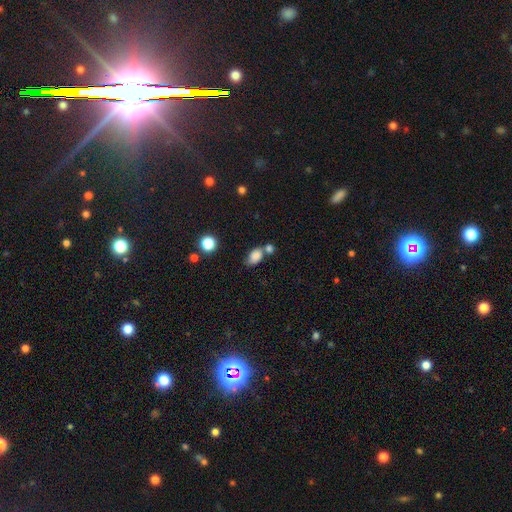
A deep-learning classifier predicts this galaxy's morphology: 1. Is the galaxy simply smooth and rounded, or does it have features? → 82% smooth, 10% star or artifact, 7% featured or disk.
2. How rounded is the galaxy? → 83% in between, 15% round, 2% cigar-shaped.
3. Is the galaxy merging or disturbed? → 44% none, 33% merger, 17% minor disturbance, 6% major disturbance.